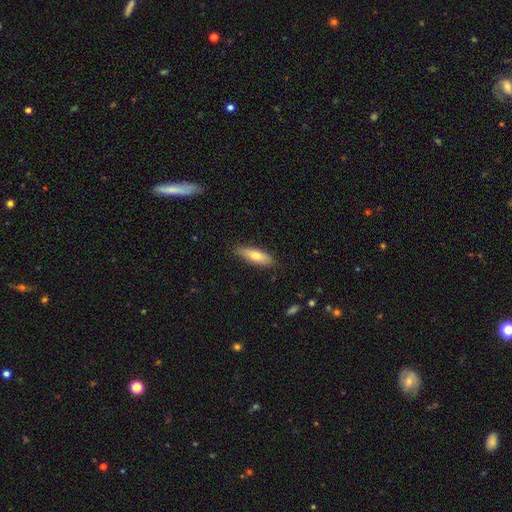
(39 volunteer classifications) A smooth galaxy with no disk features (74%) that is cigar-shaped (62%). Merging: none (77%).